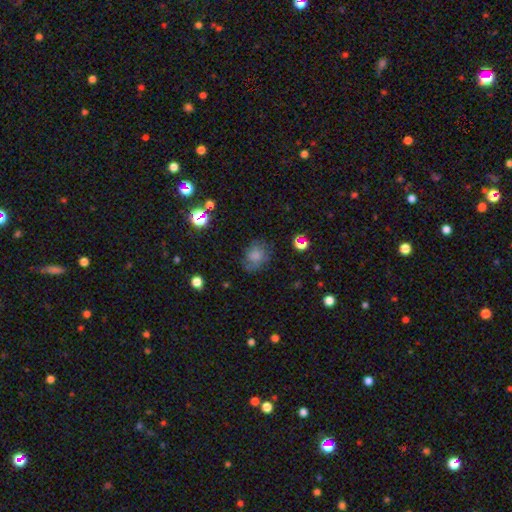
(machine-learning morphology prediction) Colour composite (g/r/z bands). It shows a smooth galaxy with no disk features (63%) that is round (53%). Merging: none (63%).